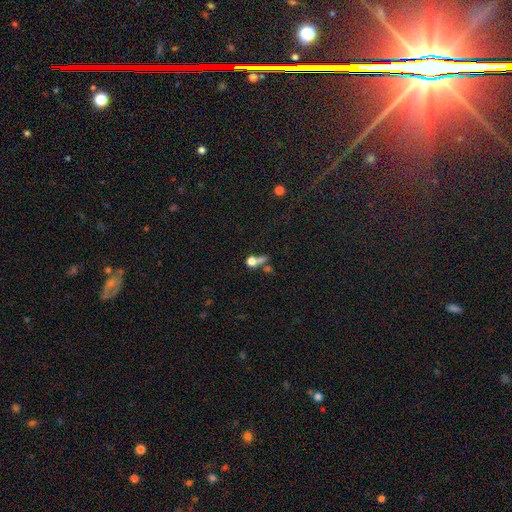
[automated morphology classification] smooth-or-featured: smooth: 62% | star or artifact: 20% | featured or disk: 18%
  how-rounded: round: 67% | in between: 24% | cigar-shaped: 10%
  merging: merger: 39% | none: 36% | major disturbance: 14% | minor disturbance: 11%